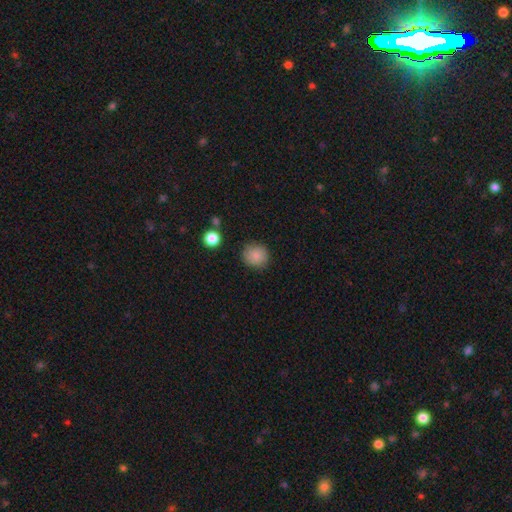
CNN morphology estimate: smooth-or-featured: smooth: 86% | star or artifact: 9% | featured or disk: 5%
  how-rounded: round: 88% | in between: 11% | cigar-shaped: 1%
  merging: none: 86% | minor disturbance: 10% | major disturbance: 3% | merger: 2%